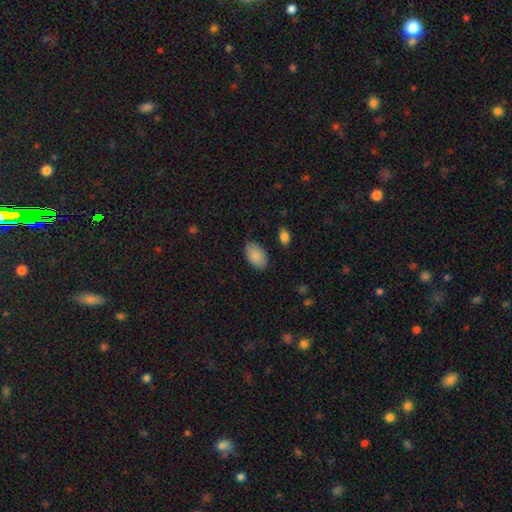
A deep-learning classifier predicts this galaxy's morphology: A smooth galaxy with no disk features (88%) that is in between round and cigar-shaped (94%). Merging: none (85%).